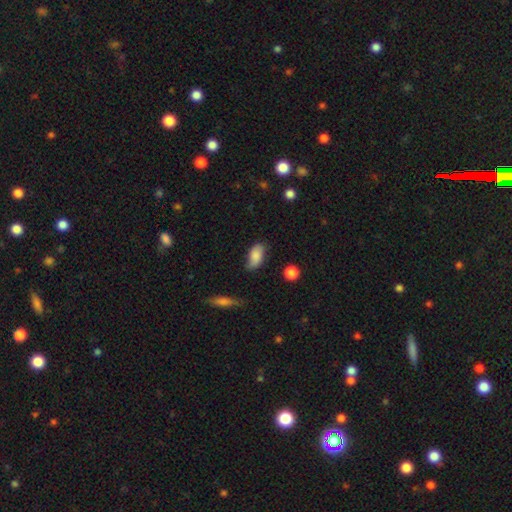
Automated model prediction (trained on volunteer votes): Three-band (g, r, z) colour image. It shows a smooth galaxy with no disk features (80%) that is in between round and cigar-shaped (91%). Merging: none (66%).